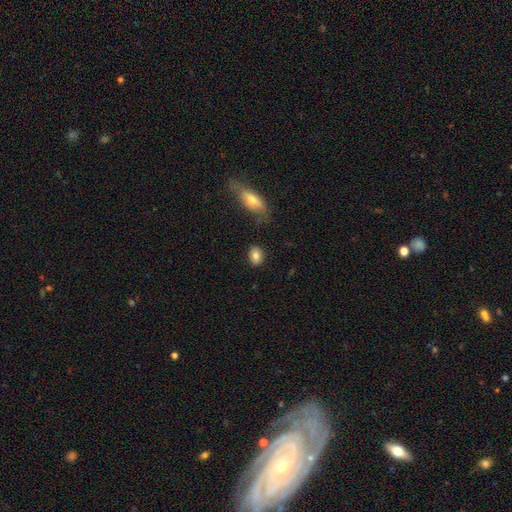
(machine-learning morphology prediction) Overall: smooth (81%). How rounded: in between (63%; round 35%). Merging: none (83%).